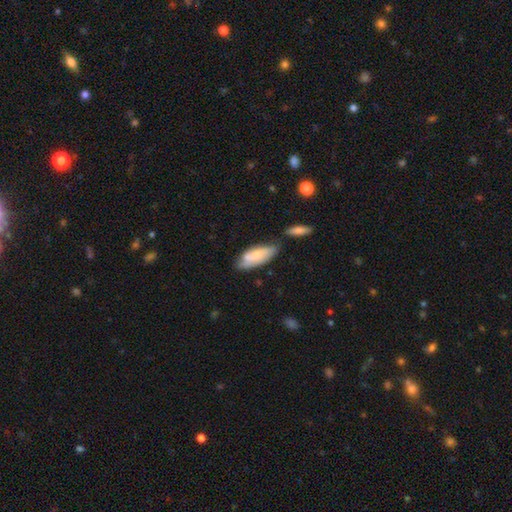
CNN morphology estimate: smooth-or-featured: smooth: 61% | featured or disk: 33% | star or artifact: 6%
  how-rounded: in between: 77% | cigar-shaped: 21% | round: 2%
  merging: none: 51% | minor disturbance: 25% | merger: 17% | major disturbance: 7%